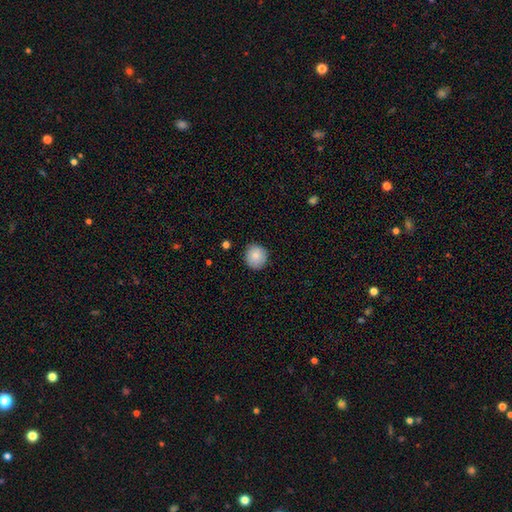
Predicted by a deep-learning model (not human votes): Smooth or featured? Predicted: smooth (p=0.84). How rounded? Predicted: round (p=0.93). Merging? Predicted: none (p=0.87).